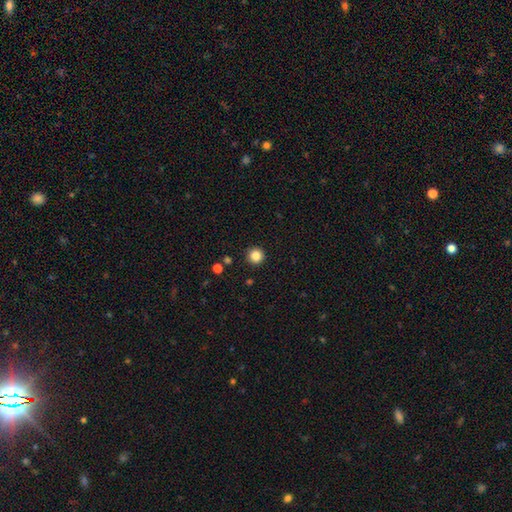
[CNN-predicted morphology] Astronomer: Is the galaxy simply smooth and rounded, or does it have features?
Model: smooth — 85%.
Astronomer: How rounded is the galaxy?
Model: round — 96%.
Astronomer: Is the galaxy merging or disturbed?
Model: none — 93%.